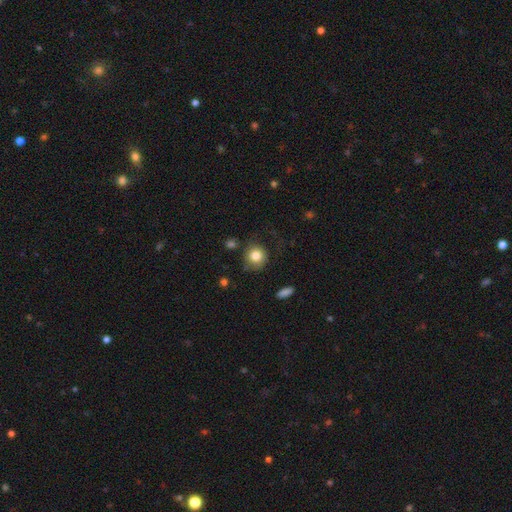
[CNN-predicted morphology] Smooth or featured? smooth (82%)
How rounded? round (87%)
Merging? none (72%)